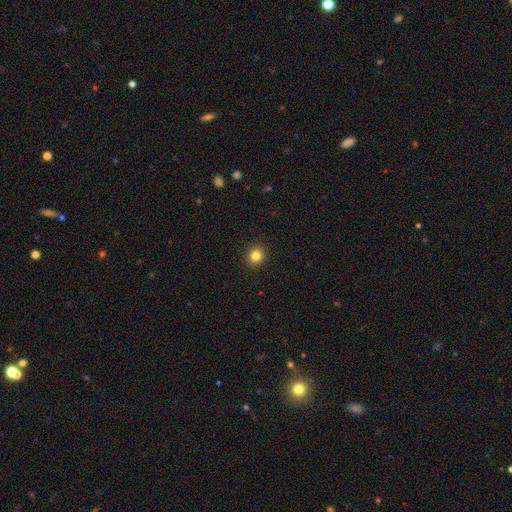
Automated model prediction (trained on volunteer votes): Morphology: type=smooth (83%); roundness=round (87%); merging=none (92%).